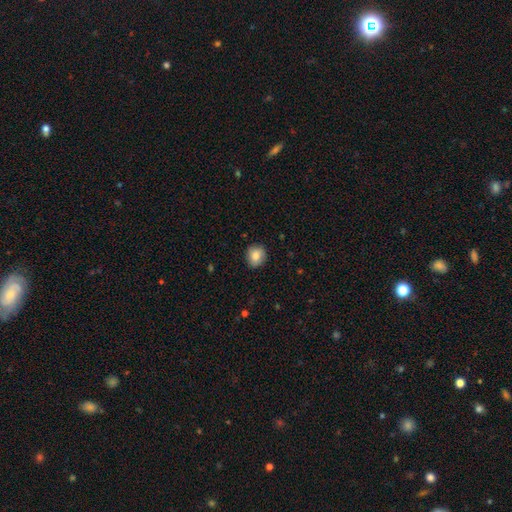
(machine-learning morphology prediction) A smooth galaxy with no disk features (82%) that is round (74%). Merging: none (85%).